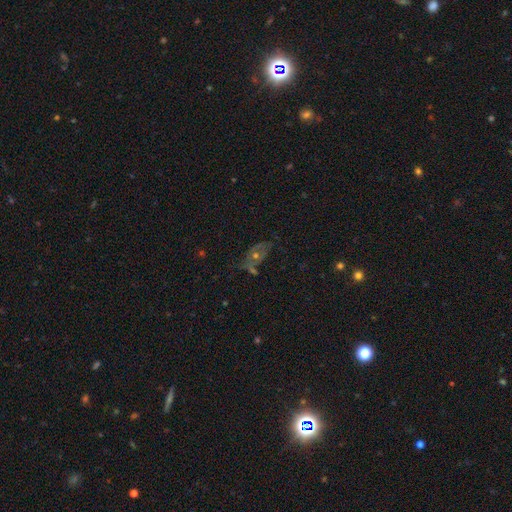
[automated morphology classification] Smooth or featured? Predicted: featured or disk (p=0.51). Edge-on disk? Predicted: no (p=0.88). Merging? Predicted: none (p=0.54).